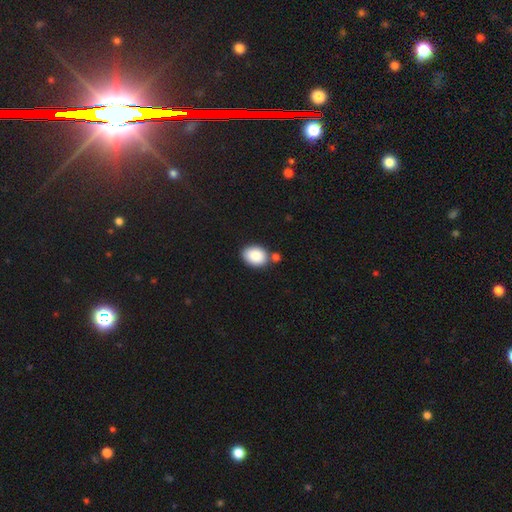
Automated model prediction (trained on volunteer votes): A smooth galaxy with no disk features (88%) that is in between round and cigar-shaped (75%). Merging: none (71%).